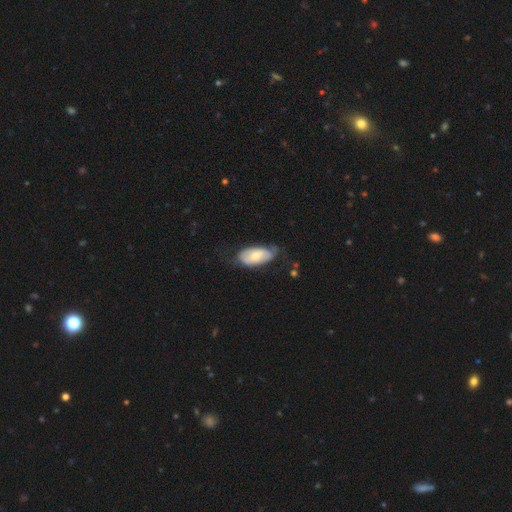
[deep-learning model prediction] A smooth galaxy with no disk features (61%) that is in between round and cigar-shaped (93%).

Vote fractions:
- Smooth or featured? smooth: 61% / featured or disk: 33% / star or artifact: 6%
- How rounded? in between: 93% / cigar-shaped: 5% / round: 2%
- Merging? none: 55% / minor disturbance: 32% / major disturbance: 11% / merger: 2%